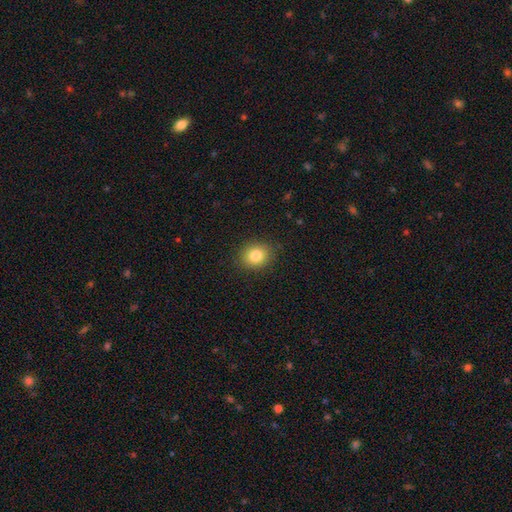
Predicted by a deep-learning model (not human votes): Smooth or featured: smooth — 83% (star or artifact — 10%)
How rounded: round — 69% (in between — 30%)
Merging: none — 89% (minor disturbance — 8%)